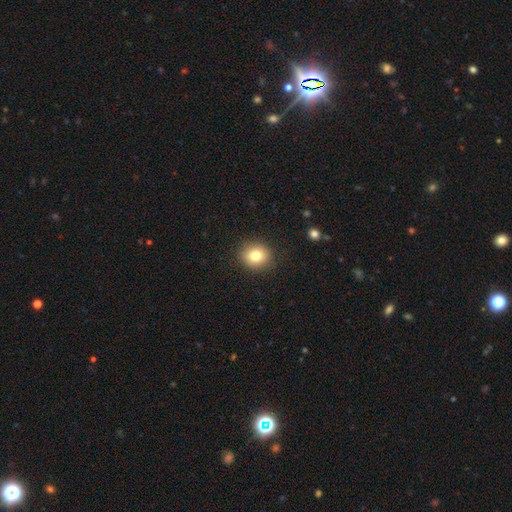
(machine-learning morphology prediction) This is likely a smooth galaxy (80%). How rounded: likely round (75%). Merging: clearly none (89%).